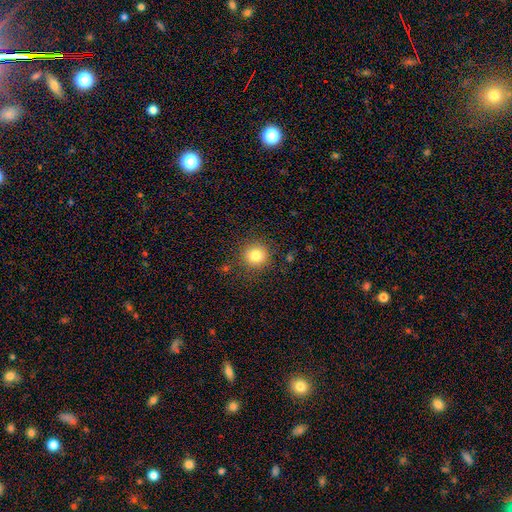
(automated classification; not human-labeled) smooth_or_featured: smooth (p=0.81) [alt: star or artifact p=0.12]
how_rounded: round (p=0.92) [alt: in between p=0.07]
merging: none (p=0.87) [alt: minor disturbance p=0.09]